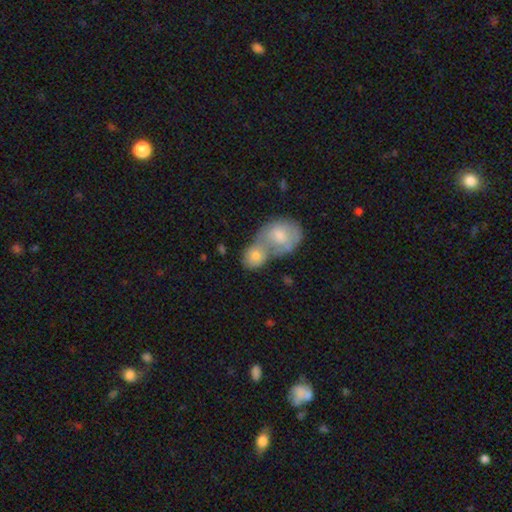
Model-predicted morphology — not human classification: A smooth galaxy with no disk features (72%) that is round (52%).

Vote fractions:
- Smooth or featured? smooth: 72% / featured or disk: 21% / star or artifact: 7%
- How rounded? round: 52% / in between: 47% / cigar-shaped: 2%
- Merging? merger: 74% / none: 16% / minor disturbance: 6% / major disturbance: 4%